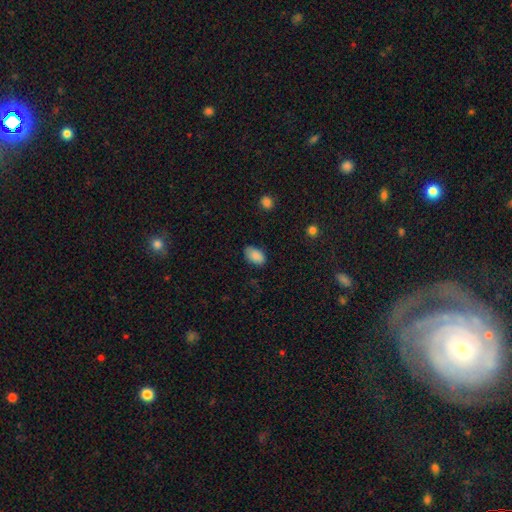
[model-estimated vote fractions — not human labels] A smooth galaxy with no disk features (88%) that is in between round and cigar-shaped (92%).

Vote fractions:
- Smooth or featured? smooth: 88% / star or artifact: 7% / featured or disk: 4%
- How rounded? in between: 92% / round: 7% / cigar-shaped: 1%
- Merging? none: 79% / minor disturbance: 17% / major disturbance: 3% / merger: 1%